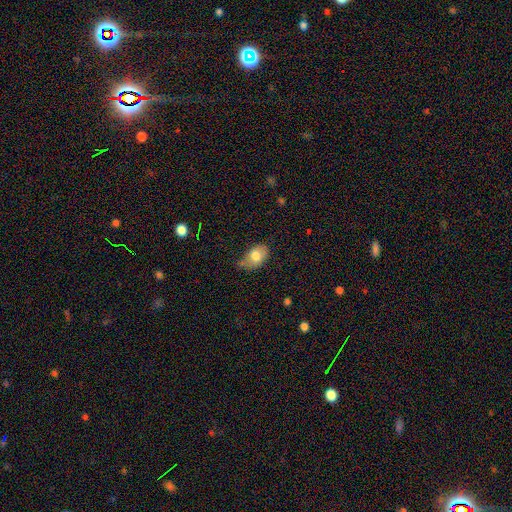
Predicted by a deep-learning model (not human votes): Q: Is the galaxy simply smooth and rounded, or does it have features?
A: smooth — 76%.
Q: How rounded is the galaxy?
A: in between — 84%.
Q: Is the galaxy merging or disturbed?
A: none — 49%.